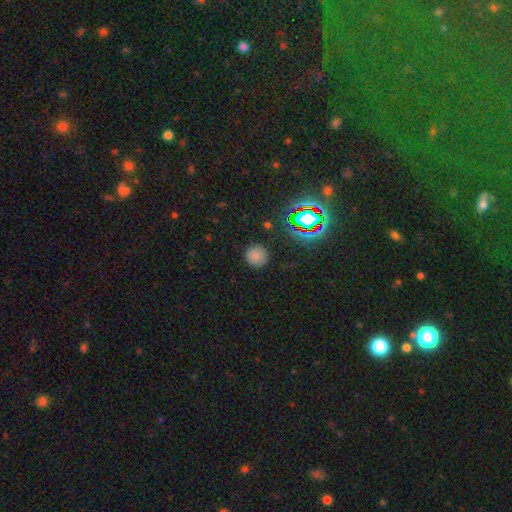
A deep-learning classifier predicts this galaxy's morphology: Smooth or featured?
  - smooth: 75% *
  - star or artifact: 19%
  - featured or disk: 6%
How rounded?
  - round: 93% *
  - in between: 6%
  - cigar-shaped: 1%
Merging?
  - none: 88% *
  - minor disturbance: 8%
  - major disturbance: 3%
  - merger: 1%